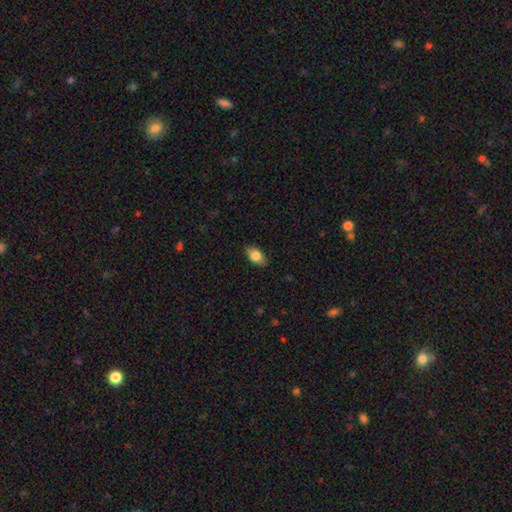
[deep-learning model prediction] Morphology: type=smooth (82%); roundness=in between (89%); merging=none (86%).